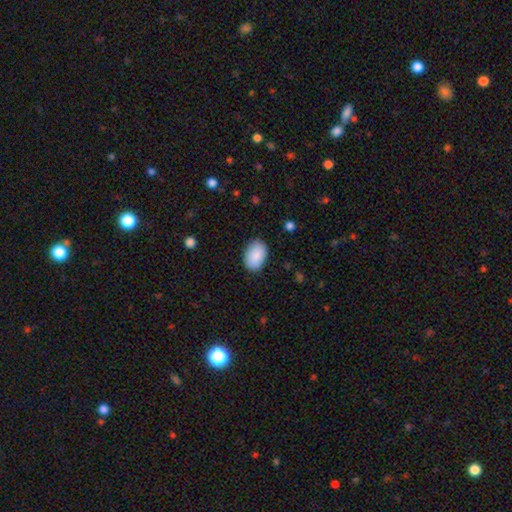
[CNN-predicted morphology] This is clearly a smooth galaxy (89%). How rounded: clearly in between (88%). Merging: clearly none (85%).